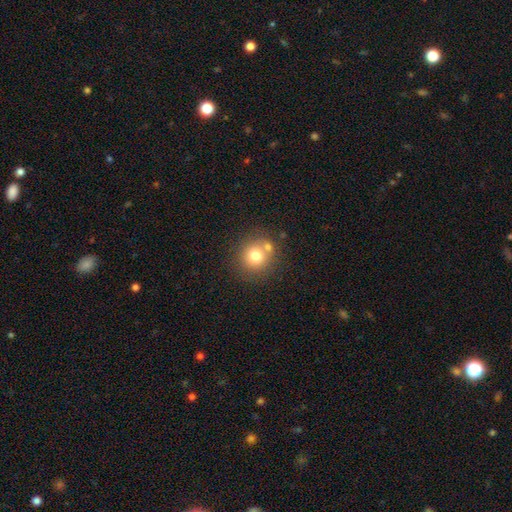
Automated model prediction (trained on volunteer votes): Smooth or featured: smooth — 75% (featured or disk — 13%)
How rounded: round — 90% (in between — 9%)
Merging: none — 66% (merger — 21%)